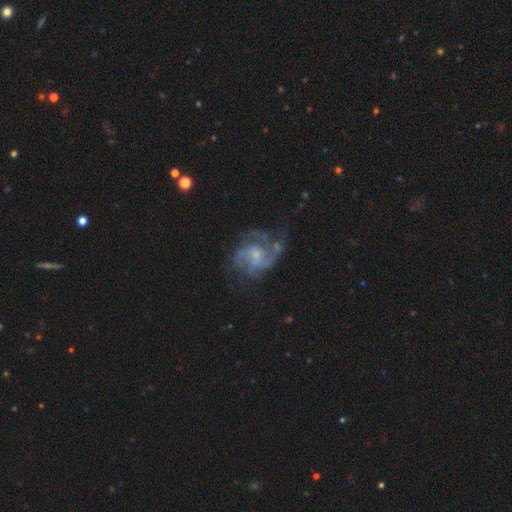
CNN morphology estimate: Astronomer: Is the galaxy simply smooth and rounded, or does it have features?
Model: featured or disk — 82%.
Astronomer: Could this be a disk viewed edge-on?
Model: no — 98%.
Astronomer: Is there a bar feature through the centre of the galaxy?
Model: no — 61%.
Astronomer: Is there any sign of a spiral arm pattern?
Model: yes — 91%.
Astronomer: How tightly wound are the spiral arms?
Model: medium — 49% (runner-up: tight, 28%).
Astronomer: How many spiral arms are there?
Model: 2 — 37% (runner-up: 3, 24%).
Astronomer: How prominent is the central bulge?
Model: small — 57%.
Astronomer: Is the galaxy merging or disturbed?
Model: none — 52%.